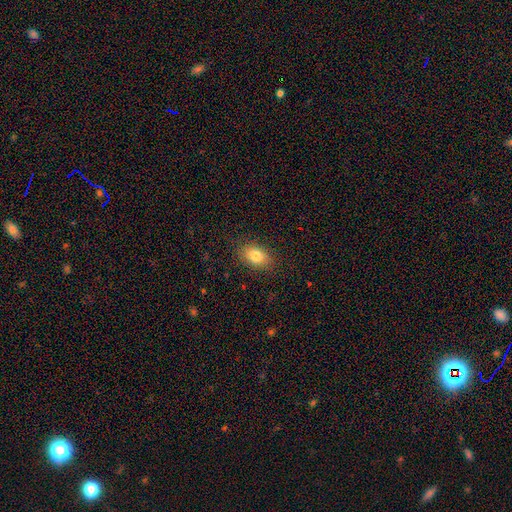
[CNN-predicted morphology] Smooth or featured?
  - smooth: 81% *
  - featured or disk: 10%
  - star or artifact: 9%
How rounded?
  - in between: 86% *
  - round: 13%
  - cigar-shaped: 2%
Merging?
  - none: 86% *
  - minor disturbance: 10%
  - major disturbance: 3%
  - merger: 1%